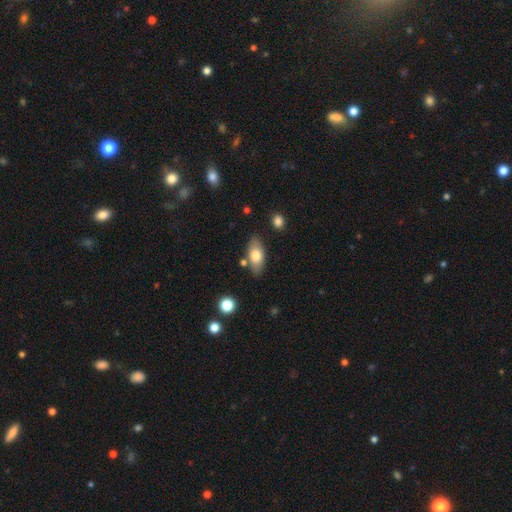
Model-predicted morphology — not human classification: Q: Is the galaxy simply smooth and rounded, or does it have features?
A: smooth — 72%.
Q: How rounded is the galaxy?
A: in between — 88%.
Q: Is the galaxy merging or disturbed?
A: none — 79%.